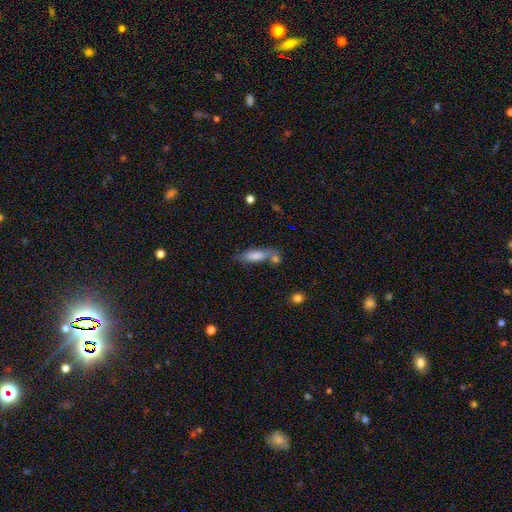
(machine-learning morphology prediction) The model was most divided on "merging": none: 44%, merger: 30%, minor disturbance: 18%, major disturbance: 8%. More confident: smooth or featured — smooth (78%); how rounded — in between (61%).